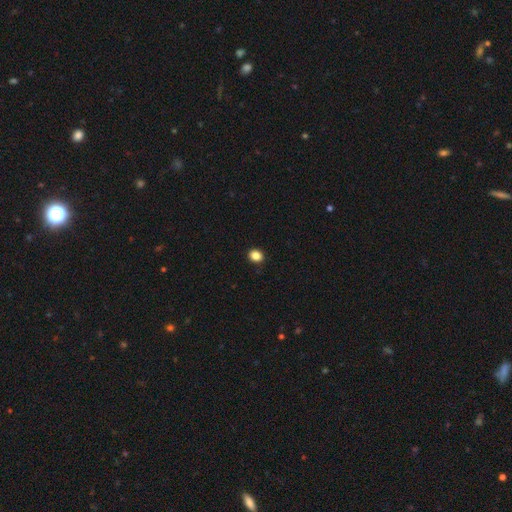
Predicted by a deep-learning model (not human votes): smooth 87%, star or artifact 10%, featured or disk 3%. Down the decision tree: how rounded — round (59%); merging — none (91%).